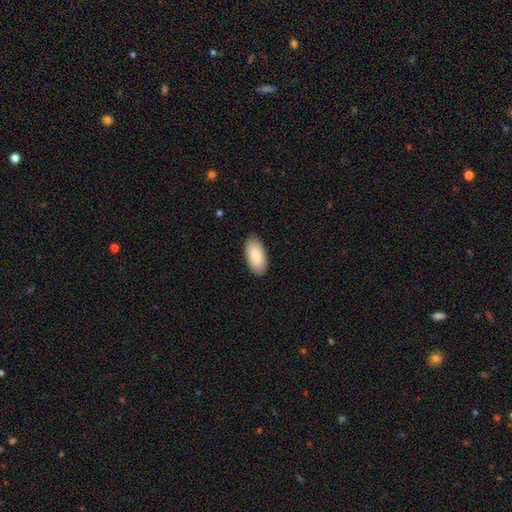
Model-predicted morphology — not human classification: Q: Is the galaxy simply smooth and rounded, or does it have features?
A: smooth — 84%.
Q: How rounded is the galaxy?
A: in between — 95%.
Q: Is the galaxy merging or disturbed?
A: none — 88%.